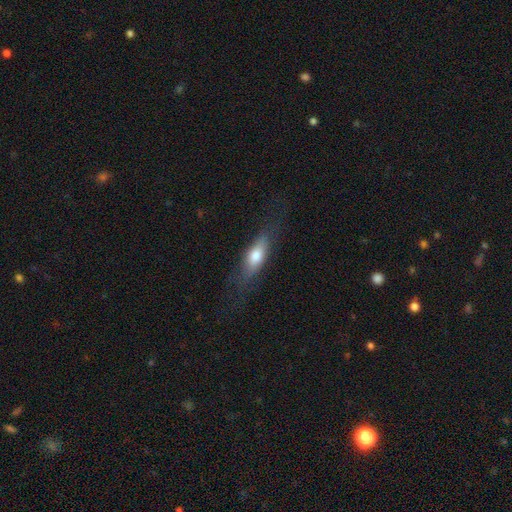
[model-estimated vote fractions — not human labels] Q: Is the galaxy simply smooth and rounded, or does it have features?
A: smooth — 68%.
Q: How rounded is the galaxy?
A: in between — 63%.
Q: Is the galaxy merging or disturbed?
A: none — 72%.